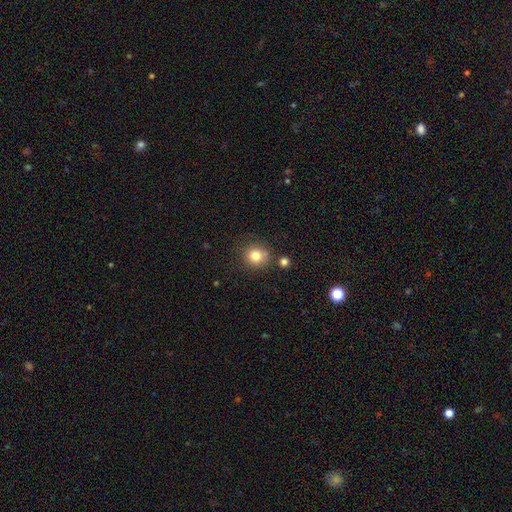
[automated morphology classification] This appears to be a smooth galaxy with no disk features (81%) that is round (86%). Merging: none (74%).